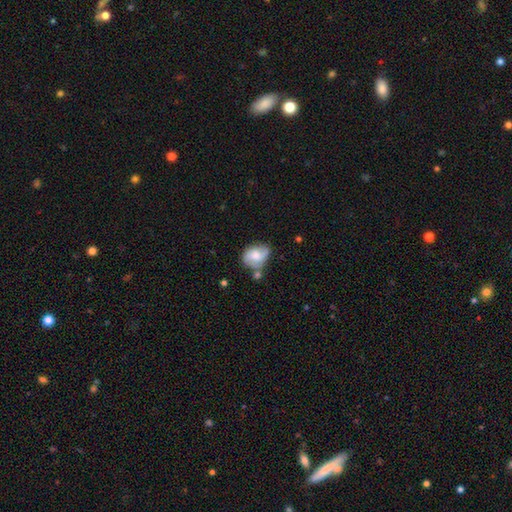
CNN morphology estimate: This is possibly a featured or disk galaxy (49%). Merging: possibly none (46%).